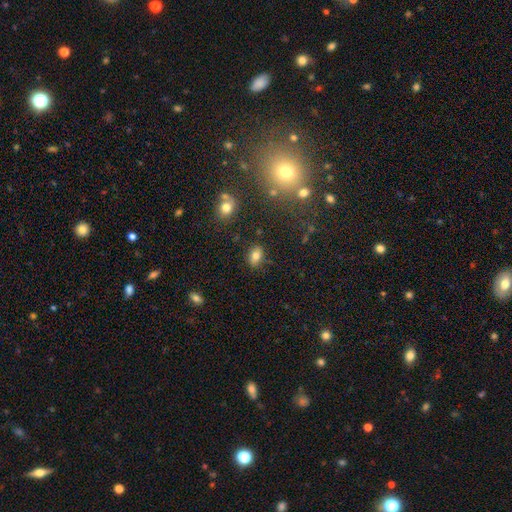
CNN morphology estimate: smooth-or-featured: smooth: 78% | star or artifact: 12% | featured or disk: 10%
  how-rounded: in between: 83% | round: 15% | cigar-shaped: 2%
  merging: none: 82% | minor disturbance: 12% | merger: 3% | major disturbance: 3%